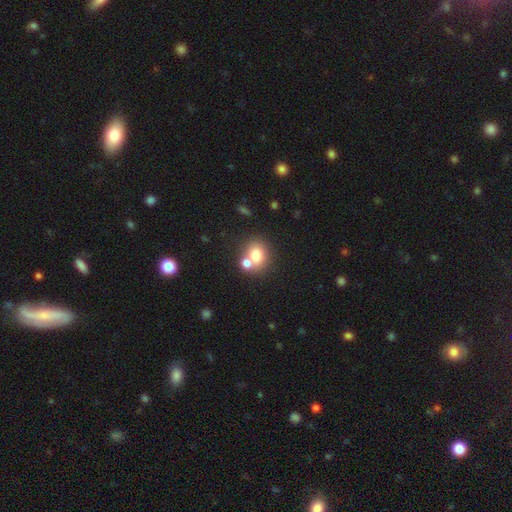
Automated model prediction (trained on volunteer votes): Q: Smooth or featured?
A: smooth (74%); runner-up: featured or disk (14%)
Q: How rounded?
A: round (66%); runner-up: in between (33%)
Q: Merging?
A: none (49%); runner-up: merger (39%)